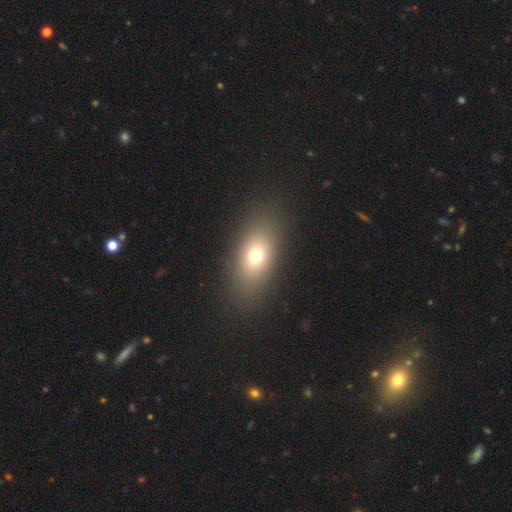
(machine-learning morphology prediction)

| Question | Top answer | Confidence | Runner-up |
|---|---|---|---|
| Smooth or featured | smooth | 70% | featured or disk (17%) |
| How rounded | in between | 80% | round (15%) |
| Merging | none | 85% | minor disturbance (9%) |